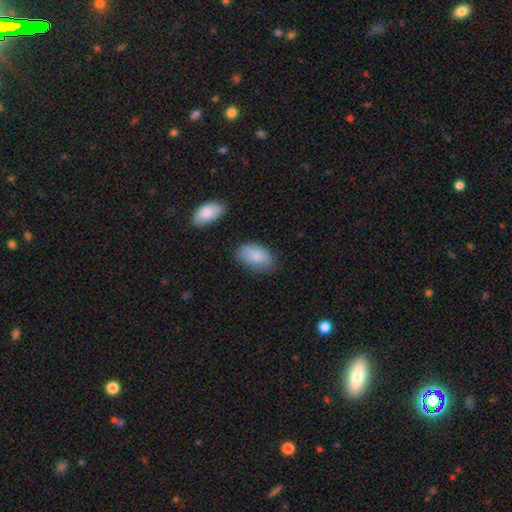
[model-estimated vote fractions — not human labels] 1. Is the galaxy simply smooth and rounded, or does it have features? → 85% smooth, 8% featured or disk, 6% star or artifact.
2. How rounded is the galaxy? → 93% in between, 6% round, 2% cigar-shaped.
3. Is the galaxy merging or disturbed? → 67% none, 24% minor disturbance, 6% major disturbance, 3% merger.